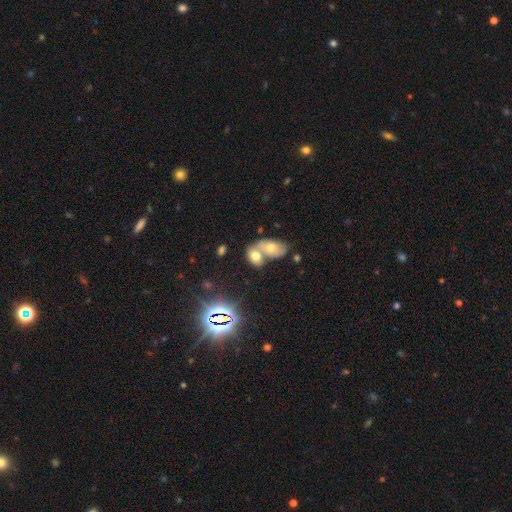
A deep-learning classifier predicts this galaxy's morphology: The model was most divided on "merging": merger: 63%, none: 26%, minor disturbance: 7%, major disturbance: 3%. More confident: how rounded — in between (84%); smooth or featured — smooth (61%).